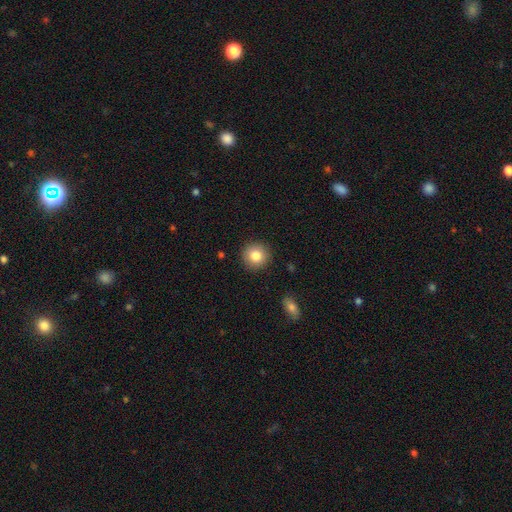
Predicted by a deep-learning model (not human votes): Smooth or featured? Predicted: smooth (p=0.83). How rounded? Predicted: round (p=0.93). Merging? Predicted: none (p=0.91).